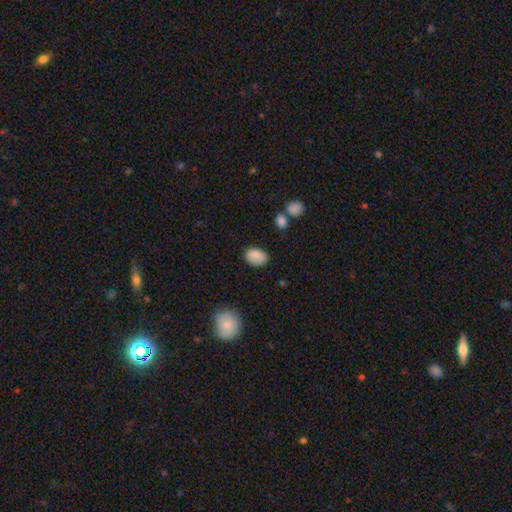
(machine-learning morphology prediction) This is clearly a smooth galaxy (87%). How rounded: clearly in between (82%). Merging: clearly none (81%).